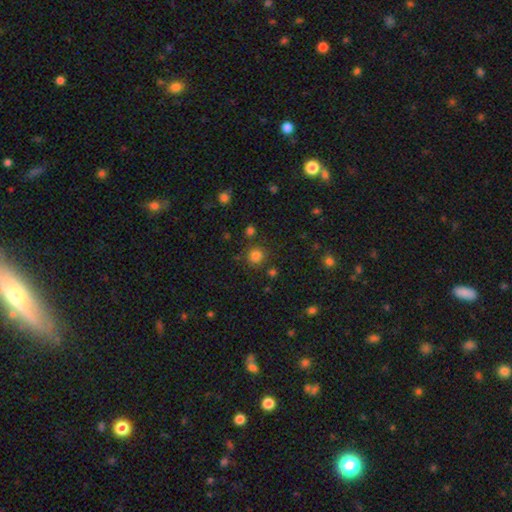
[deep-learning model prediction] The model was most divided on "smooth or featured": smooth: 80%, star or artifact: 15%, featured or disk: 5%. More confident: how rounded — round (92%); merging — none (84%).